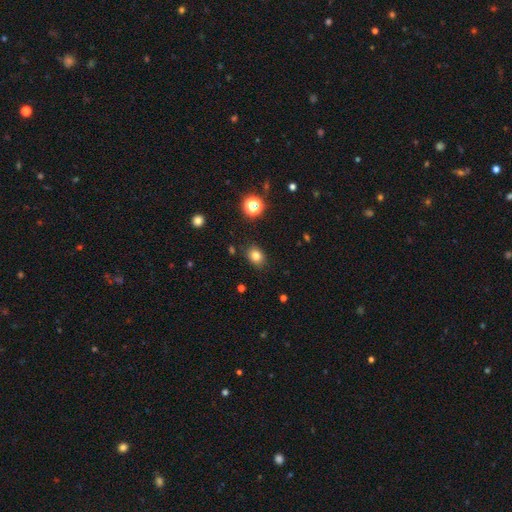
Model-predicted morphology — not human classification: The model was most divided on "how rounded": in between: 51%, round: 48%, cigar-shaped: 1%. More confident: merging — none (86%); smooth or featured — smooth (80%).